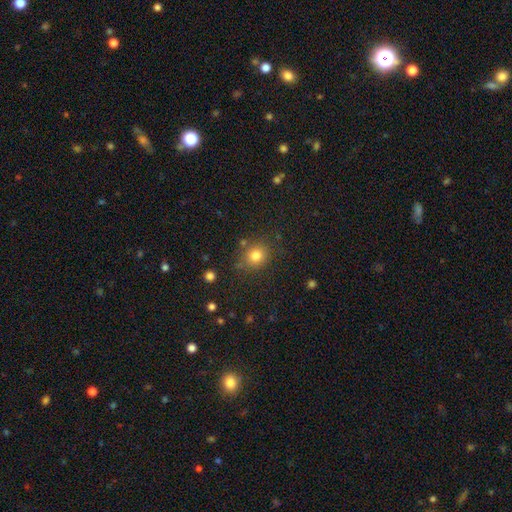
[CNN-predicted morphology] The model was most divided on "how rounded": round: 80%, in between: 19%, cigar-shaped: 1%. More confident: smooth or featured — smooth (80%); merging — none (79%).